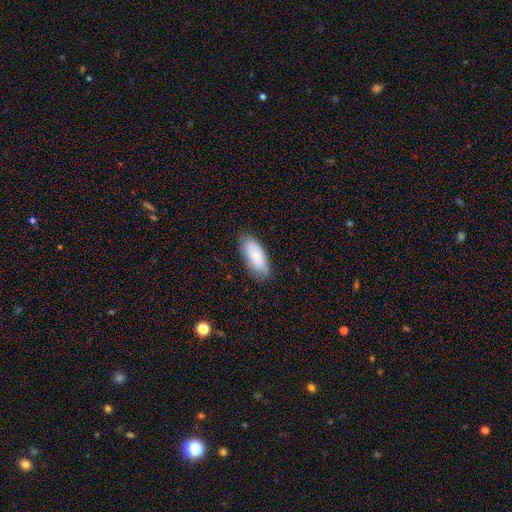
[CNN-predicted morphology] A smooth galaxy with no disk features (80%) that is in between round and cigar-shaped (85%). Merging: none (79%).